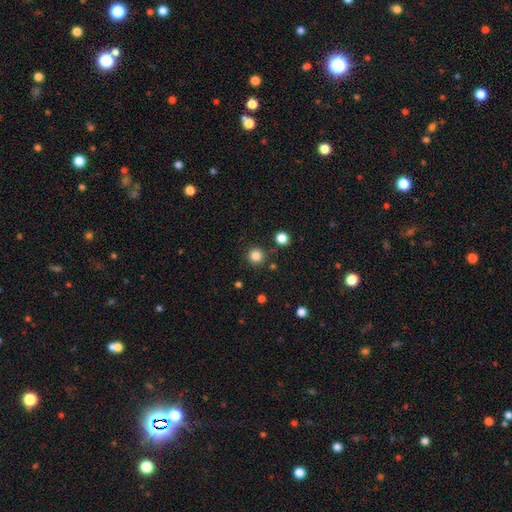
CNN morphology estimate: Overall: smooth (83%). How rounded: round (95%). Merging: none (87%).